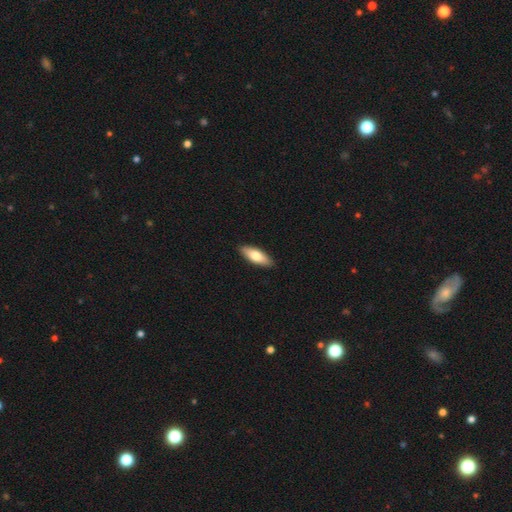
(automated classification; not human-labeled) Overall: smooth (75%). How rounded: in between (63%; cigar-shaped 35%). Merging: none (90%).